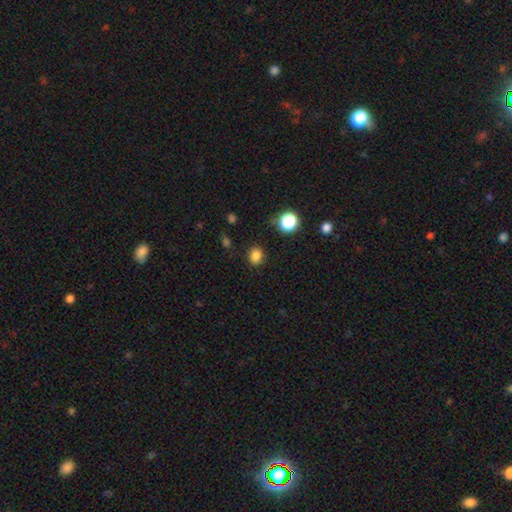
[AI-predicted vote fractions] Smooth or featured: smooth — 83% (star or artifact — 13%)
How rounded: round — 63% (in between — 36%)
Merging: none — 87% (minor disturbance — 9%)